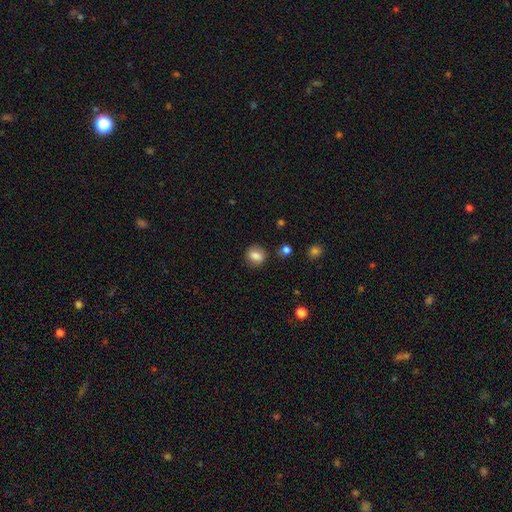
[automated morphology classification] smooth 80%, featured or disk 11%, star or artifact 9%. Down the decision tree: how rounded — round (55%); merging — none (82%).